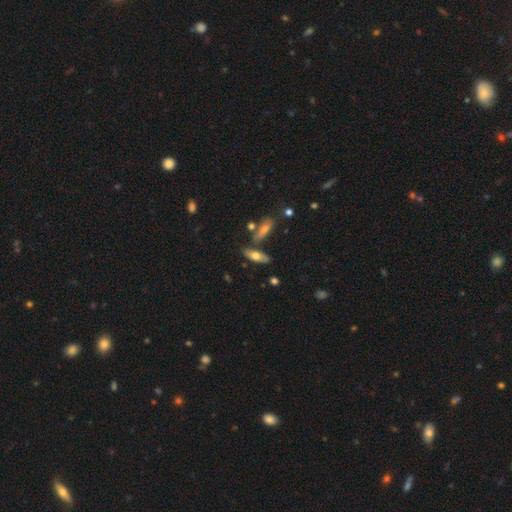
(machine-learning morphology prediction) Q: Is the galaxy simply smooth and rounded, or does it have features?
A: smooth — 60%.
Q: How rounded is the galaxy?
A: in between — 61%.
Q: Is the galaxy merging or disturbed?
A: none — 70%.